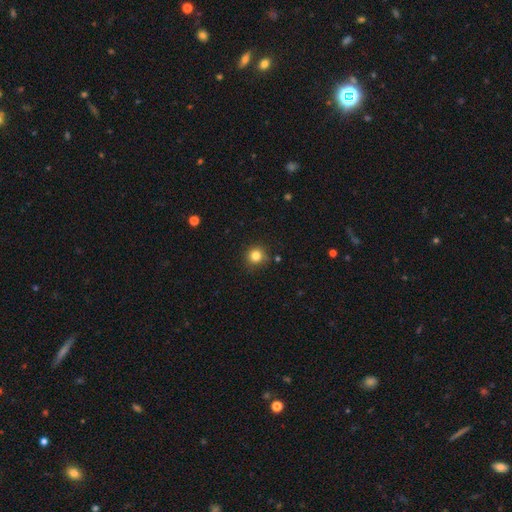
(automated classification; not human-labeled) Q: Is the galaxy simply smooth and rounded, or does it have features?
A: smooth — 82%.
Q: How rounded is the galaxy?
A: round — 92%.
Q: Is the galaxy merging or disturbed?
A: none — 85%.